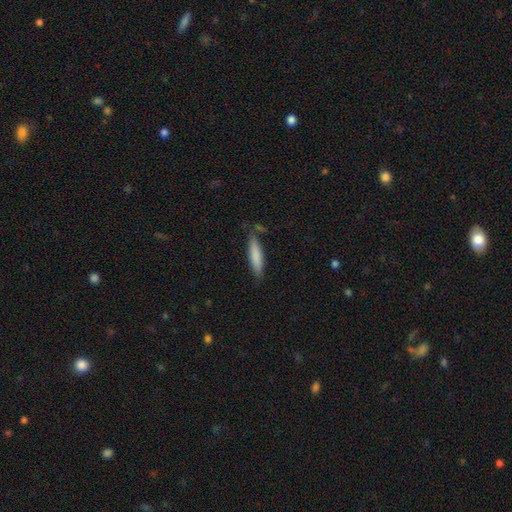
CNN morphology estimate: Overall: smooth (81%). How rounded: cigar-shaped (83%). Merging: none (79%).